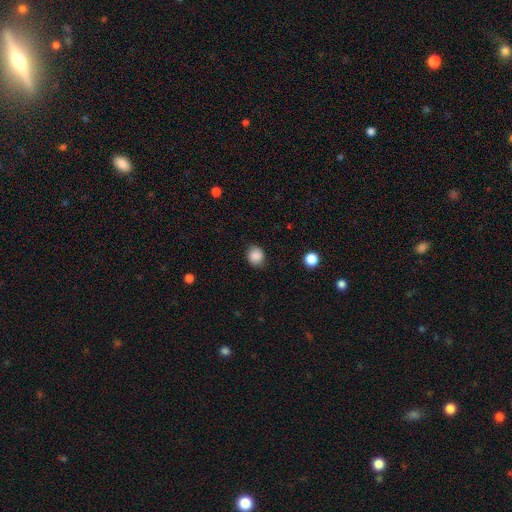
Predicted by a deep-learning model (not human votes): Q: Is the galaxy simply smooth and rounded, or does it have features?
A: smooth — 86%.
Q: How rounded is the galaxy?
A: round — 78%.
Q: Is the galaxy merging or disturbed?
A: none — 83%.